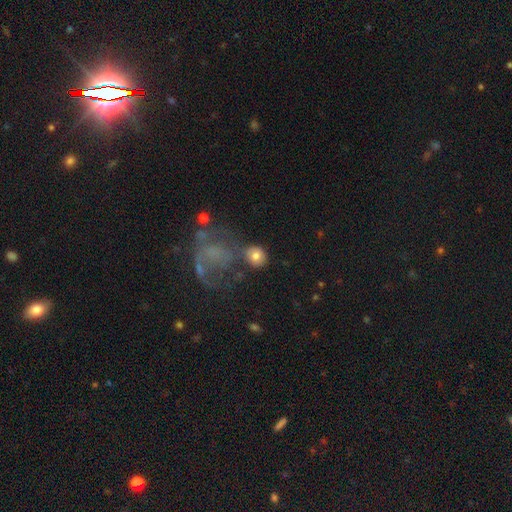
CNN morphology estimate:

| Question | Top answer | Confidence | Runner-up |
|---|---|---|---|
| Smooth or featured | smooth | 77% | featured or disk (14%) |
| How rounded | round | 82% | in between (16%) |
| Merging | none | 66% | minor disturbance (13%) |